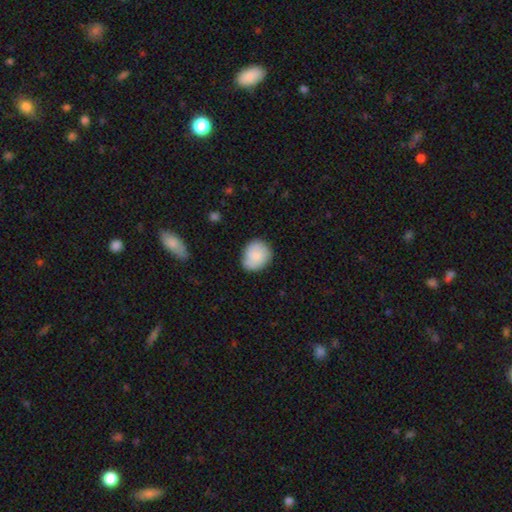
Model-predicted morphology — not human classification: A smooth galaxy with no disk features (81%) that is round (70%). Merging: none (78%).